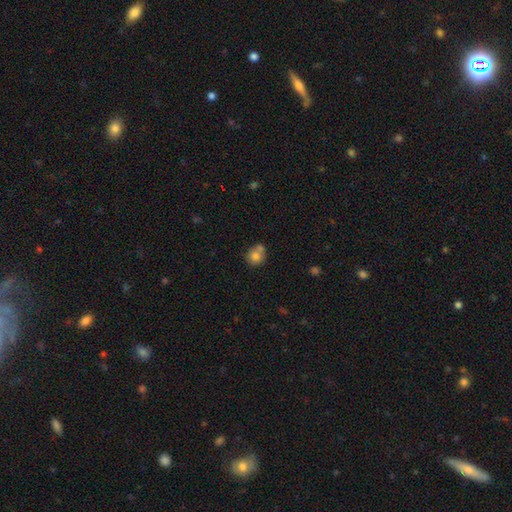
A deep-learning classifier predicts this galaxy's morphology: The model was most divided on "merging": none: 46%, merger: 38%, minor disturbance: 13%, major disturbance: 4%. More confident: how rounded — round (79%); smooth or featured — smooth (77%).